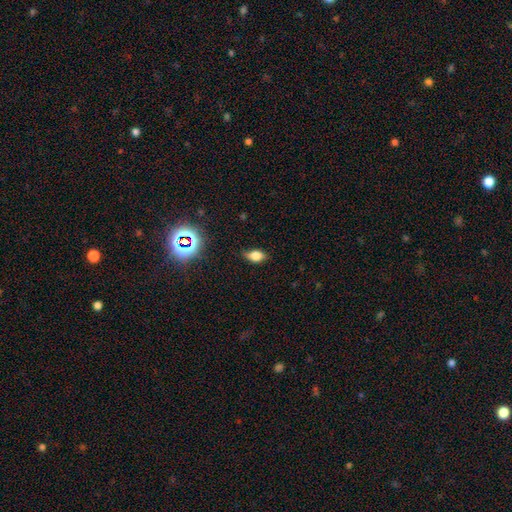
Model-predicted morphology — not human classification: smooth 67%, featured or disk 18%, star or artifact 15%. Down the decision tree: how rounded — in between (80%); merging — none (73%).